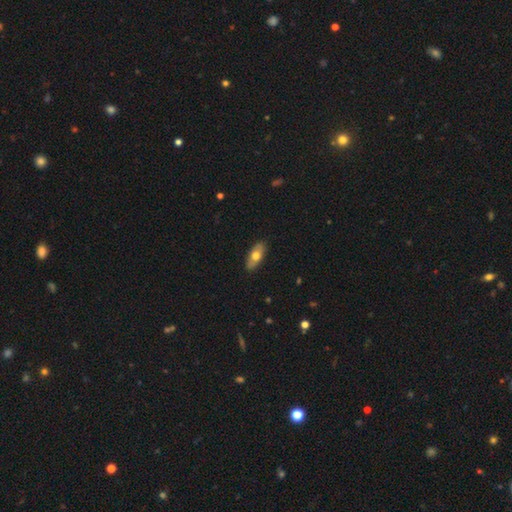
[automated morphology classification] Smooth or featured: smooth — 64% (featured or disk — 30%)
How rounded: in between — 82% (cigar-shaped — 15%)
Merging: none — 88% (minor disturbance — 9%)